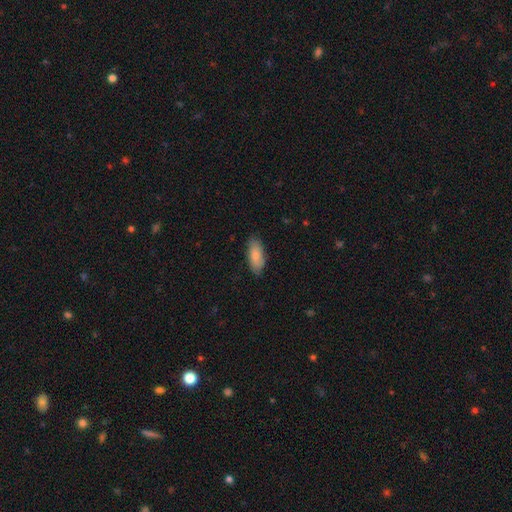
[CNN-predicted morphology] A smooth galaxy with no disk features (81%) that is in between round and cigar-shaped (86%).

Vote fractions:
- Smooth or featured? smooth: 81% / featured or disk: 13% / star or artifact: 6%
- How rounded? in between: 86% / cigar-shaped: 12% / round: 2%
- Merging? none: 84% / minor disturbance: 13% / major disturbance: 2% / merger: 1%